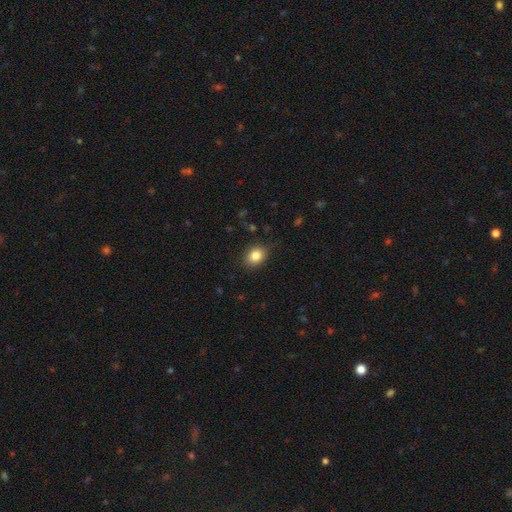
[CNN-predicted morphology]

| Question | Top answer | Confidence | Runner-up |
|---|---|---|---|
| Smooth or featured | smooth | 84% | star or artifact (9%) |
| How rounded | in between | 56% | round (43%) |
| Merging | none | 85% | minor disturbance (12%) |